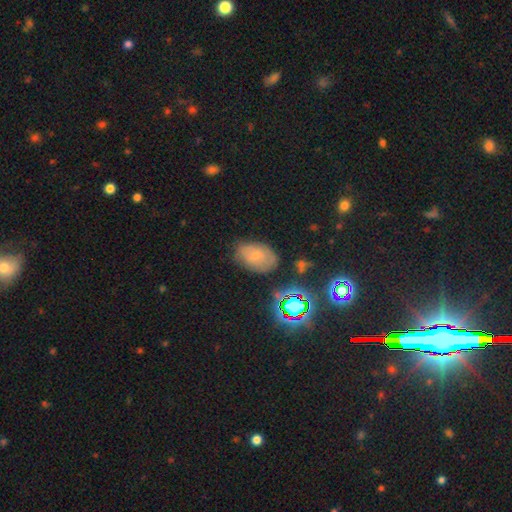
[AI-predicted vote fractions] smooth-or-featured: smooth: 54% | featured or disk: 28% | star or artifact: 17%
  how-rounded: in between: 87% | round: 12% | cigar-shaped: 1%
  merging: none: 68% | minor disturbance: 23% | major disturbance: 7% | merger: 3%